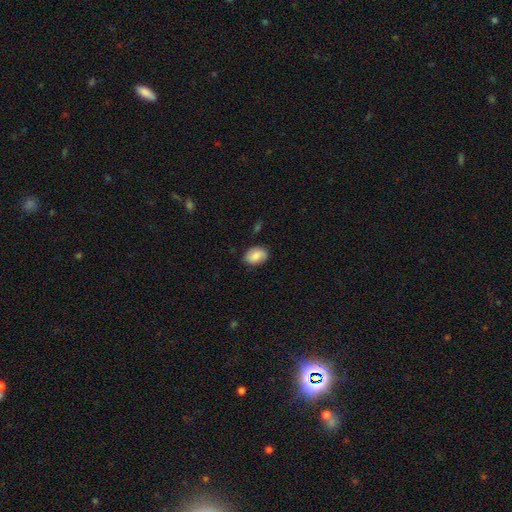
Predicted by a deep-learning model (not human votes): Smooth or featured? Predicted: smooth (p=0.81). How rounded? Predicted: in between (p=0.84). Merging? Predicted: none (p=0.80).